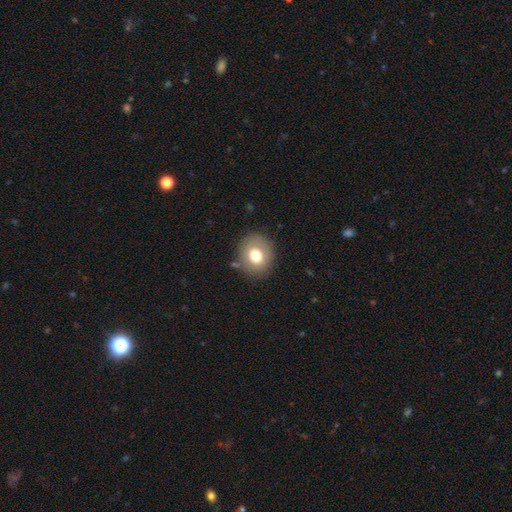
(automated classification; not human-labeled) Smooth or featured? smooth (73%)
How rounded? round (69%)
Merging? none (82%)